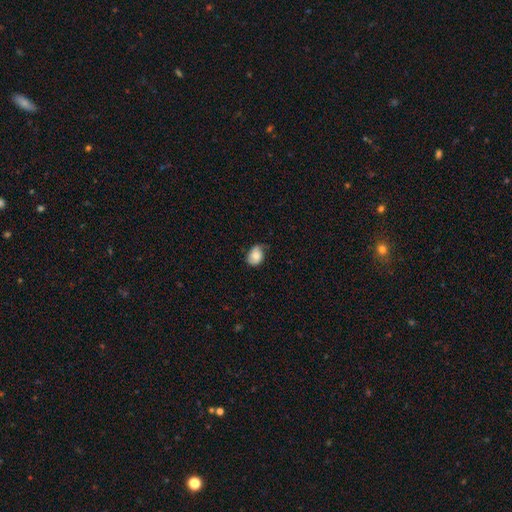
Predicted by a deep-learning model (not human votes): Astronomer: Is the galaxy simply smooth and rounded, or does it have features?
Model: smooth — 69%.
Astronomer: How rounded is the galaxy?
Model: in between — 64%.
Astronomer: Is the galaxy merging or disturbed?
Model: none — 53% (runner-up: minor disturbance, 36%).